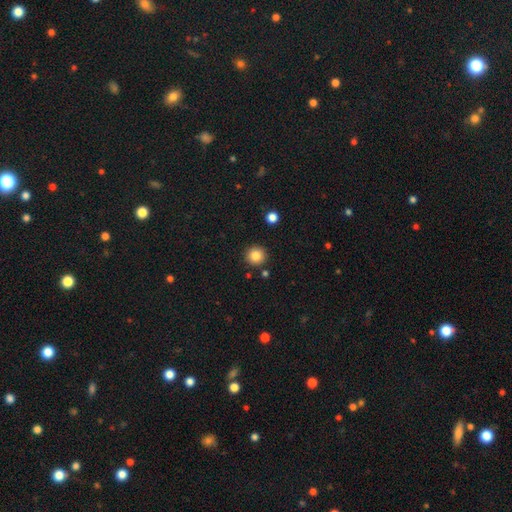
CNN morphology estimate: Overall: smooth (84%). How rounded: round (94%). Merging: none (90%).